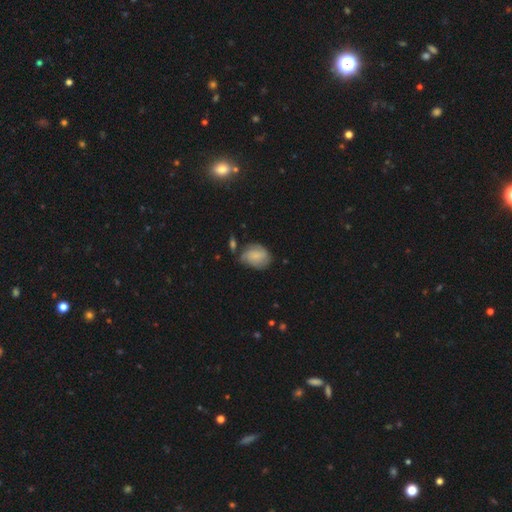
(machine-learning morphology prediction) smooth_or_featured: smooth (p=0.67) [alt: featured or disk p=0.24]
how_rounded: in between (p=0.70) [alt: round p=0.29]
merging: none (p=0.48) [alt: minor disturbance p=0.33]